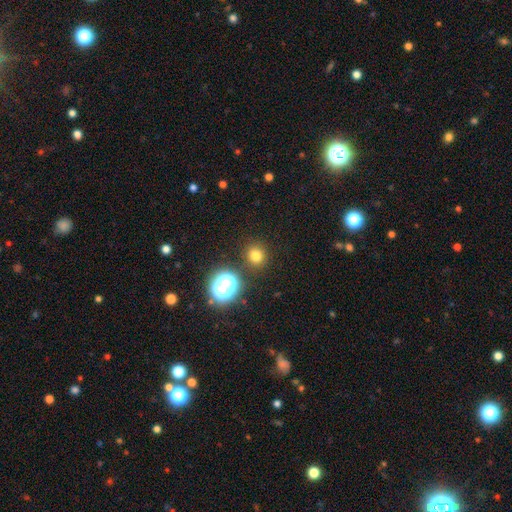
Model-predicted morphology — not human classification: The model was most divided on "smooth or featured": smooth: 73%, star or artifact: 20%, featured or disk: 7%. More confident: how rounded — round (88%); merging — none (85%).